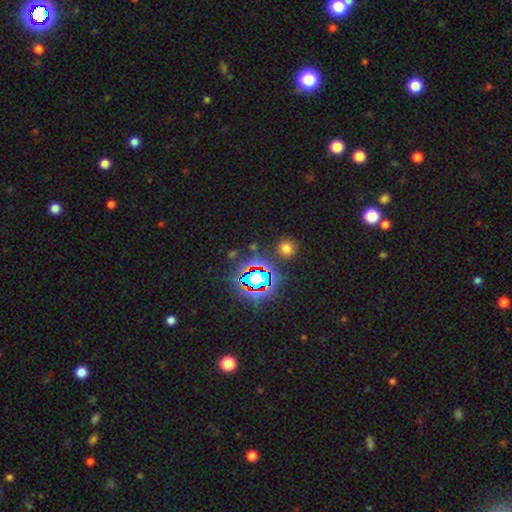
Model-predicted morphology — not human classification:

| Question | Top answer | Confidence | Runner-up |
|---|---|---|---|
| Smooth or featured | star or artifact | 79% | smooth (14%) |